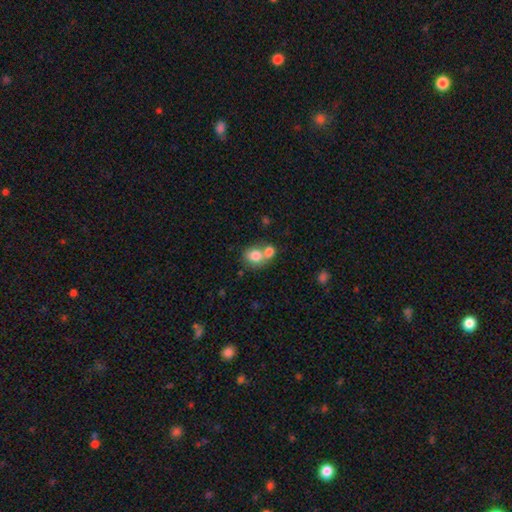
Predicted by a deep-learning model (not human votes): Q: Smooth or featured?
A: smooth (78%); runner-up: featured or disk (13%)
Q: How rounded?
A: round (67%); runner-up: in between (32%)
Q: Merging?
A: merger (56%); runner-up: none (33%)